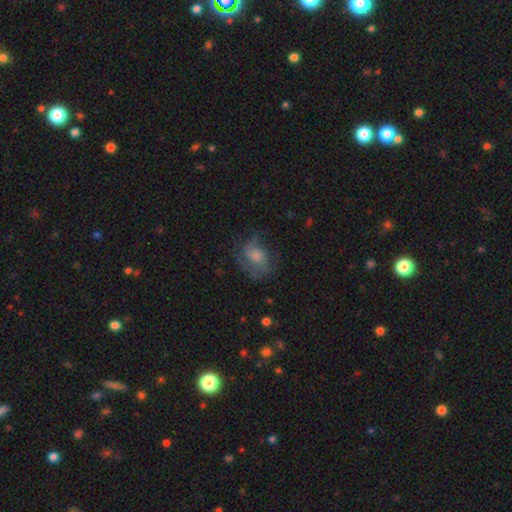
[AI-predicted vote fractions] Smooth or featured? Predicted: featured or disk (p=0.57). Edge-on disk? Predicted: no (p=0.97). Bar? Predicted: no (p=0.69). Spiral arms? Predicted: yes (p=0.84). Bulge size? Predicted: moderate (p=0.40). Merging? Predicted: none (p=0.59).